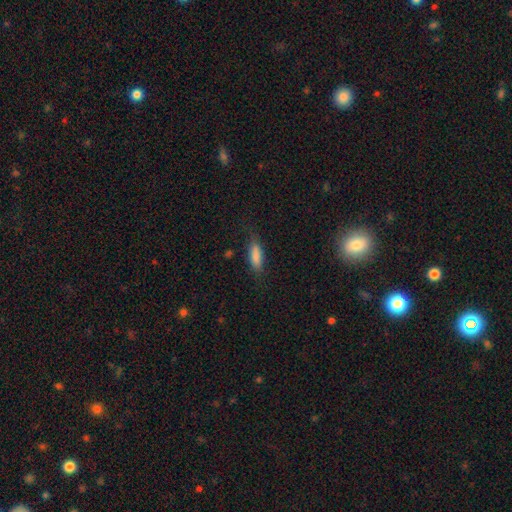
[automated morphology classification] Smooth or featured?
  - smooth: 84% *
  - featured or disk: 9%
  - star or artifact: 7%
How rounded?
  - in between: 61% *
  - cigar-shaped: 37%
  - round: 2%
Merging?
  - none: 75% *
  - minor disturbance: 18%
  - major disturbance: 6%
  - merger: 2%